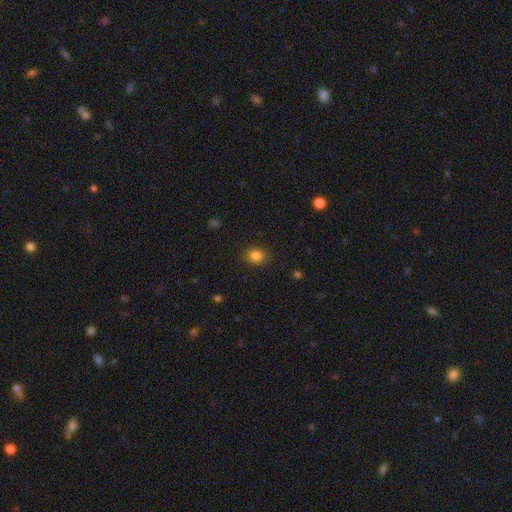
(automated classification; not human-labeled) Smooth or featured?
  - smooth: 83% *
  - star or artifact: 11%
  - featured or disk: 5%
How rounded?
  - round: 58% *
  - in between: 41%
  - cigar-shaped: 1%
Merging?
  - none: 87% *
  - minor disturbance: 9%
  - major disturbance: 3%
  - merger: 1%